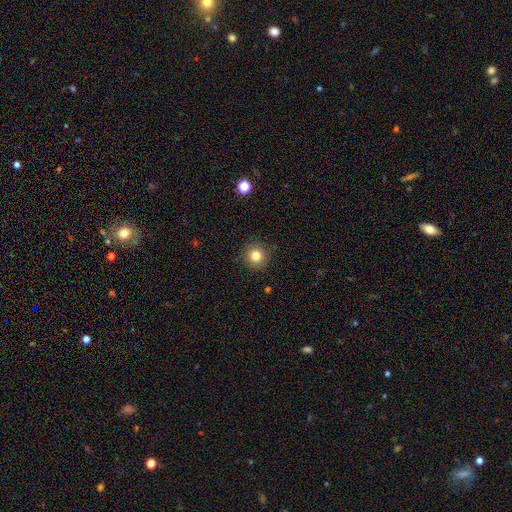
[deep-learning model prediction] This is clearly a smooth galaxy (81%). How rounded: clearly round (94%). Merging: clearly none (90%).